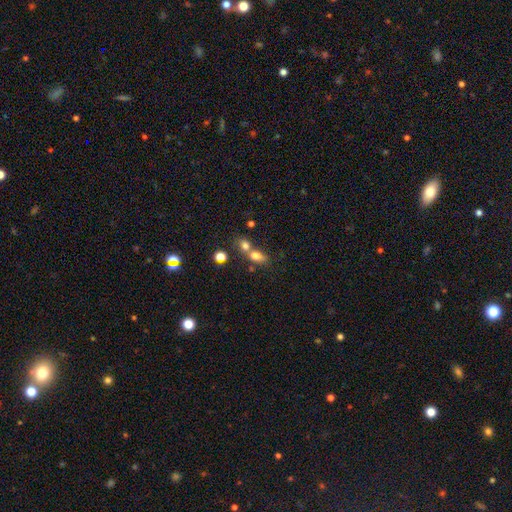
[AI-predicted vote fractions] Q: Smooth or featured?
A: smooth (75%); runner-up: featured or disk (13%)
Q: How rounded?
A: in between (71%); runner-up: round (23%)
Q: Merging?
A: merger (56%); runner-up: none (30%)